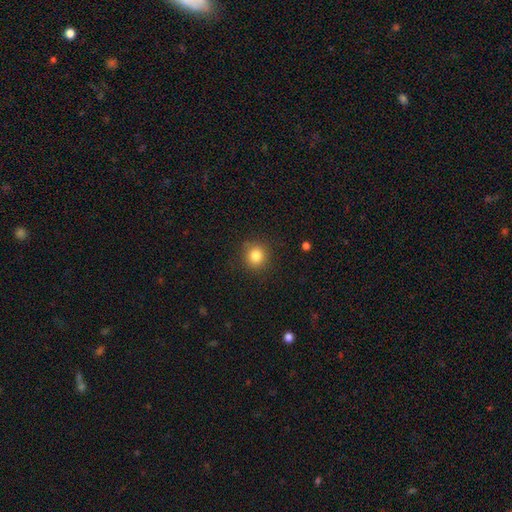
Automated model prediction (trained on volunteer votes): This appears to be a smooth galaxy with no disk features (83%) that is round (88%). Merging: none (87%).